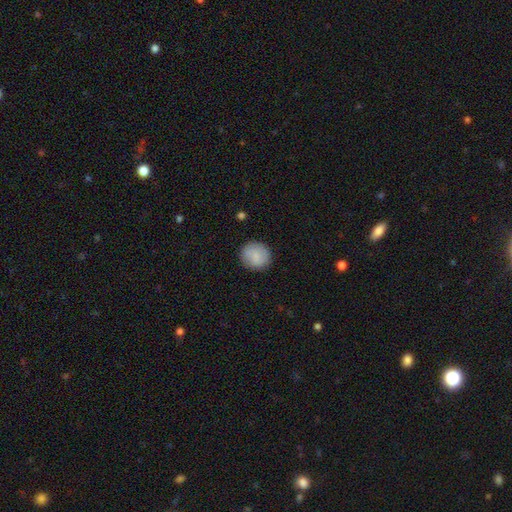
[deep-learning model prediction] smooth_or_featured: smooth (p=0.80) [alt: featured or disk p=0.14]
how_rounded: round (p=0.90) [alt: in between p=0.09]
merging: none (p=0.88) [alt: minor disturbance p=0.08]